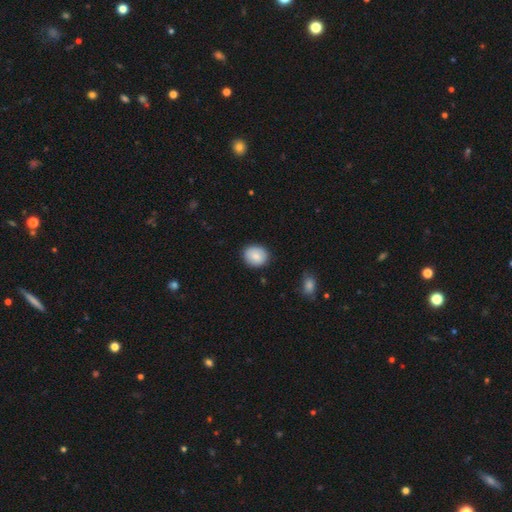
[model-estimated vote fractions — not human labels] smooth-or-featured: smooth: 83% | featured or disk: 10% | star or artifact: 7%
  how-rounded: round: 66% | in between: 33% | cigar-shaped: 1%
  merging: none: 86% | minor disturbance: 11% | major disturbance: 2% | merger: 1%